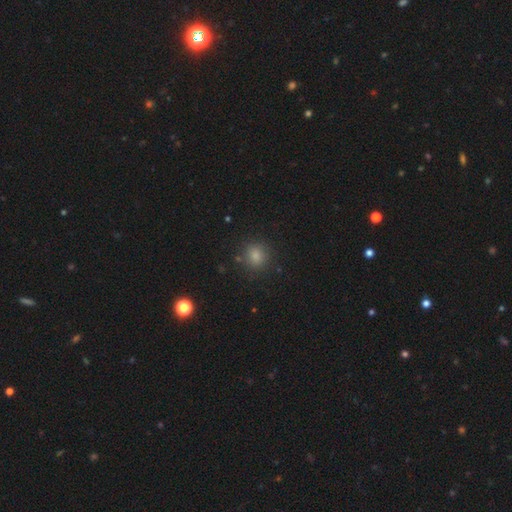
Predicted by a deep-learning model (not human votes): smooth 82%, star or artifact 13%, featured or disk 5%. Down the decision tree: how rounded — round (85%); merging — none (84%).